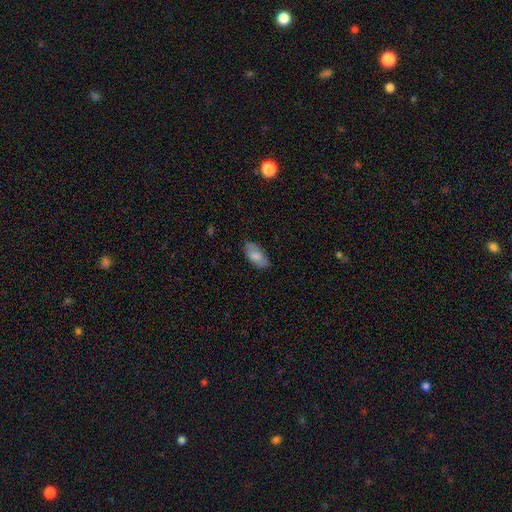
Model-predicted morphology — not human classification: smooth 83%, featured or disk 11%, star or artifact 6%. Down the decision tree: how rounded — in between (92%); merging — none (78%).